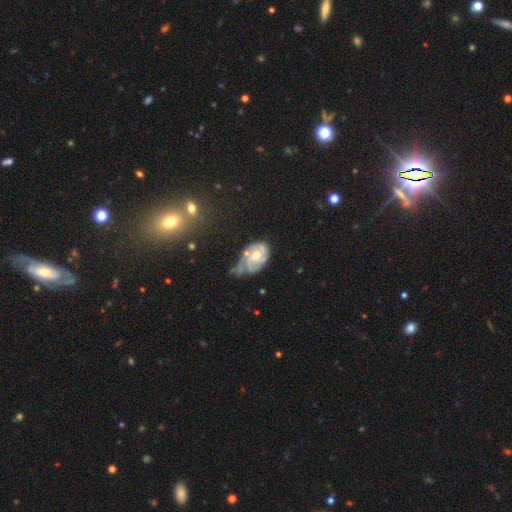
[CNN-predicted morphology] featured or disk 72%, smooth 21%, star or artifact 7%. Down the decision tree: edge-on disk — no (97%); bar — no (72%); spiral arms — yes (86%); spiral arm count — 2 (37%); spiral winding — tight (53%); bulge size — moderate (54%); merging — minor disturbance (36%).